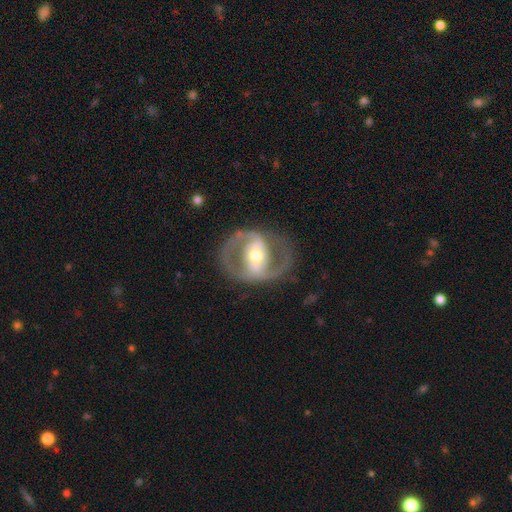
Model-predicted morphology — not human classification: This is clearly a featured or disk galaxy (87%). It is clearly not viewed edge-on (97%). Bar: marginally strong (41%). Spiral arm pattern: clearly yes (86%). Spiral arm count: clearly 2 (90%). Spiral winding: possibly medium (55%). Central bulge: likely moderate (68%). Merging: likely none (78%).